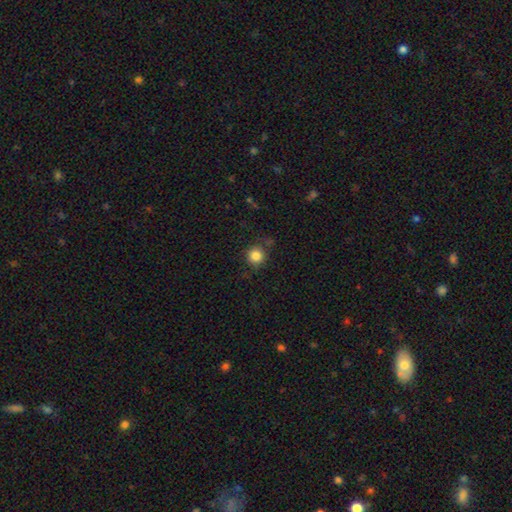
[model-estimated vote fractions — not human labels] A smooth galaxy with no disk features (84%) that is round (93%). Merging: none (81%).